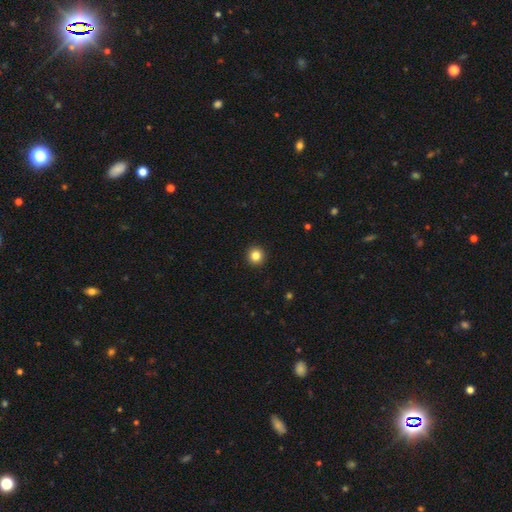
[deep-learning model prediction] Smooth or featured?
  - smooth: 84% *
  - star or artifact: 11%
  - featured or disk: 5%
How rounded?
  - round: 95% *
  - in between: 4%
  - cigar-shaped: 1%
Merging?
  - none: 94% *
  - minor disturbance: 4%
  - major disturbance: 1%
  - merger: 1%